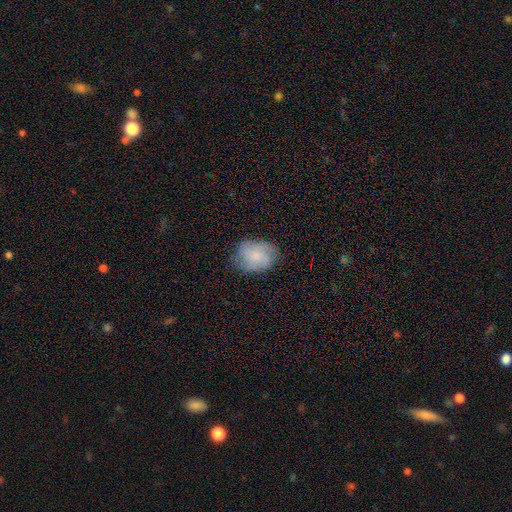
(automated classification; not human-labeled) Overall: featured or disk (49%; smooth 43%). Merging: none (73%).